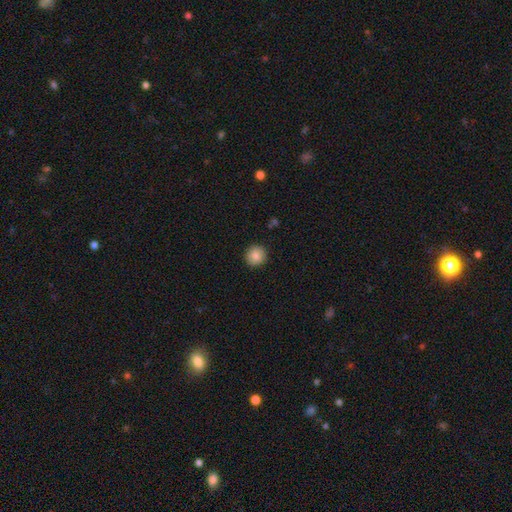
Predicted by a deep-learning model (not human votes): This is clearly a smooth galaxy (86%). How rounded: clearly round (92%). Merging: clearly none (92%).